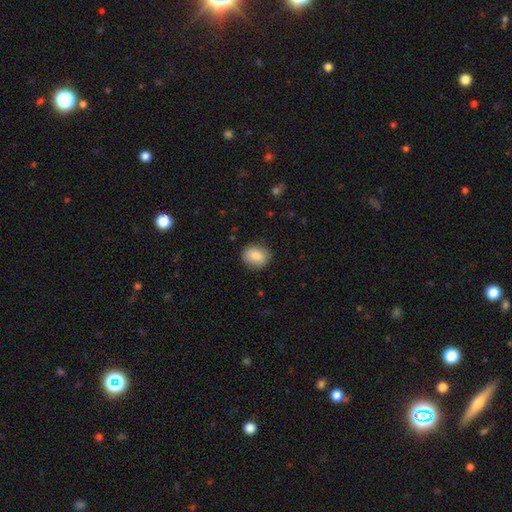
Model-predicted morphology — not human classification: Overall: smooth (86%). How rounded: in between (51%; round 48%). Merging: none (86%).